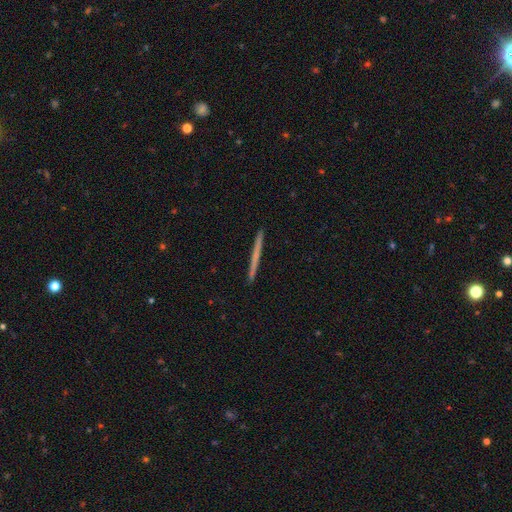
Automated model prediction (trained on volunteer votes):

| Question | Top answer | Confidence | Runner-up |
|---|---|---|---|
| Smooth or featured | smooth | 51% | featured or disk (44%) |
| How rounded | cigar-shaped | 97% | in between (1%) |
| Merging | none | 93% | minor disturbance (5%) |